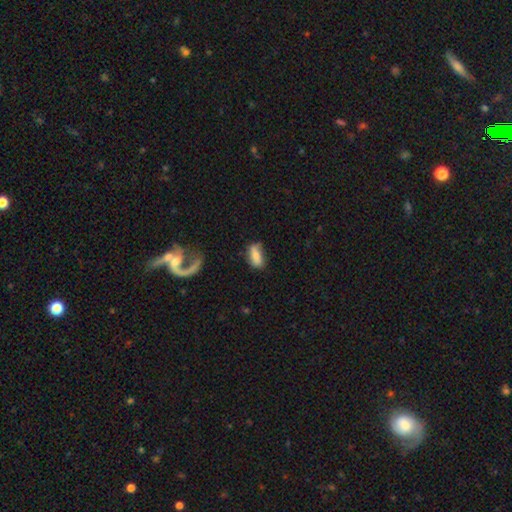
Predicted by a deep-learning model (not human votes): smooth-or-featured: smooth: 71% | featured or disk: 21% | star or artifact: 7%
  how-rounded: in between: 84% | cigar-shaped: 12% | round: 4%
  merging: none: 59% | minor disturbance: 27% | major disturbance: 10% | merger: 4%